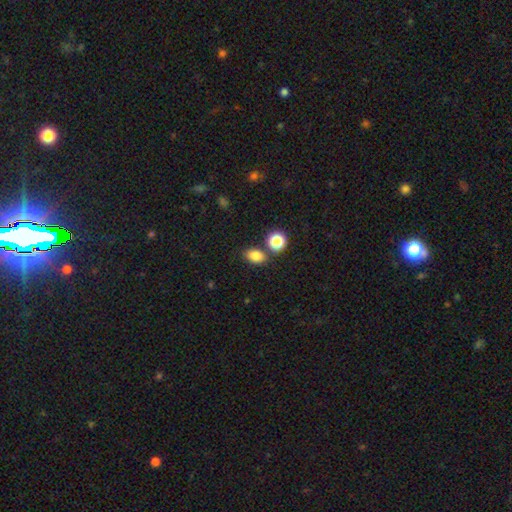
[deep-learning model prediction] A smooth galaxy with no disk features (81%) that is in between round and cigar-shaped (76%). Merging: none (75%).